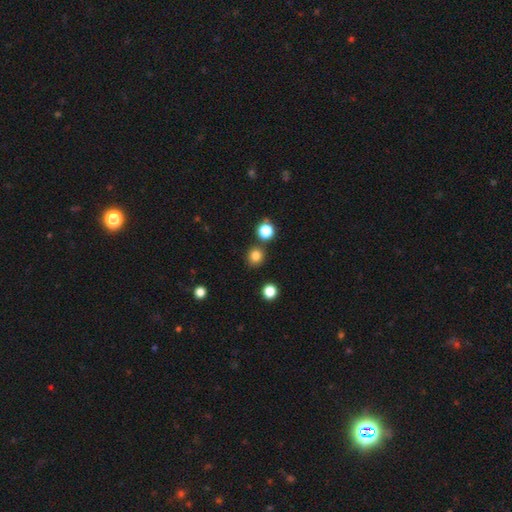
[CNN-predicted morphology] Smooth or featured? smooth (82%)
How rounded? round (88%)
Merging? none (82%)